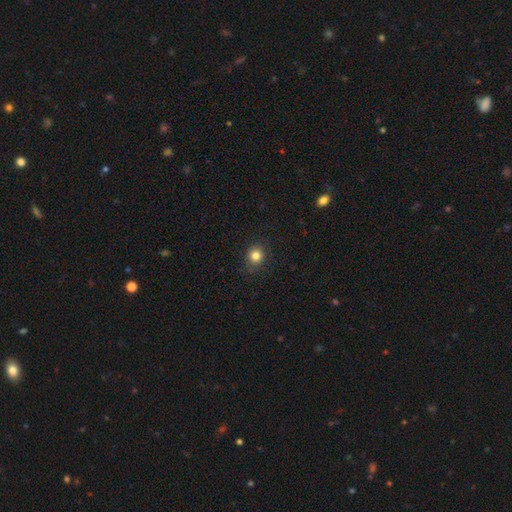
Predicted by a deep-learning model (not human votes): smooth-or-featured: smooth: 83% | star or artifact: 12% | featured or disk: 5%
  how-rounded: round: 86% | in between: 13% | cigar-shaped: 1%
  merging: none: 87% | minor disturbance: 9% | major disturbance: 3% | merger: 1%